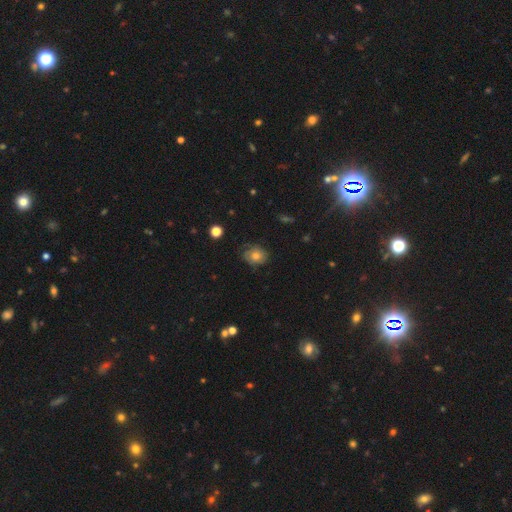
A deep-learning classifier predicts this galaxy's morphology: Smooth or featured? Predicted: smooth (p=0.57). How rounded? Predicted: round (p=0.55). Merging? Predicted: none (p=0.68).